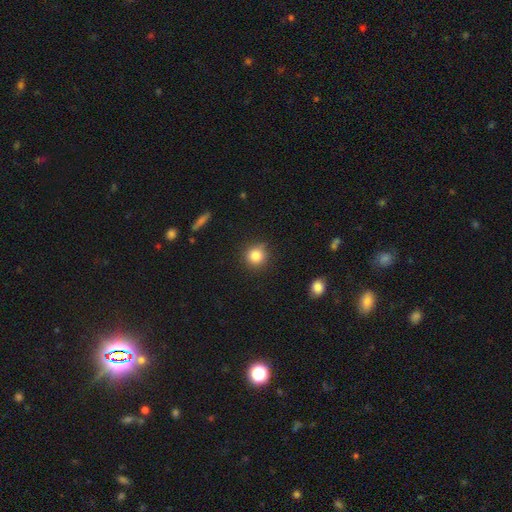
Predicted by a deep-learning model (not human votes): This is clearly a smooth galaxy (84%). How rounded: clearly round (92%). Merging: clearly none (88%).